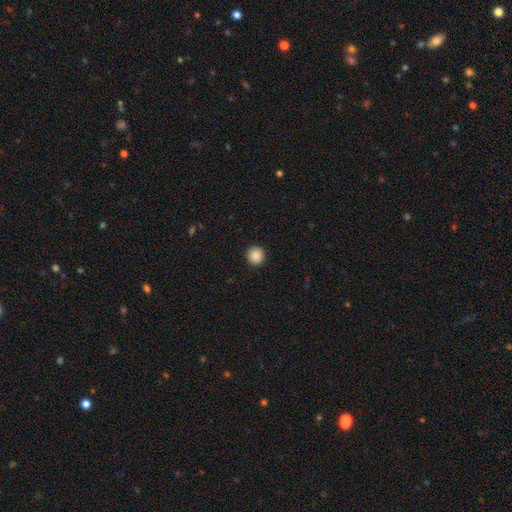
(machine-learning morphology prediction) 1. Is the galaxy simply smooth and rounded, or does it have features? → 88% smooth, 9% star or artifact, 3% featured or disk.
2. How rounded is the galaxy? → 92% round, 7% in between, 1% cigar-shaped.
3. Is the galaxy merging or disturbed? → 92% none, 5% minor disturbance, 2% major disturbance, 1% merger.